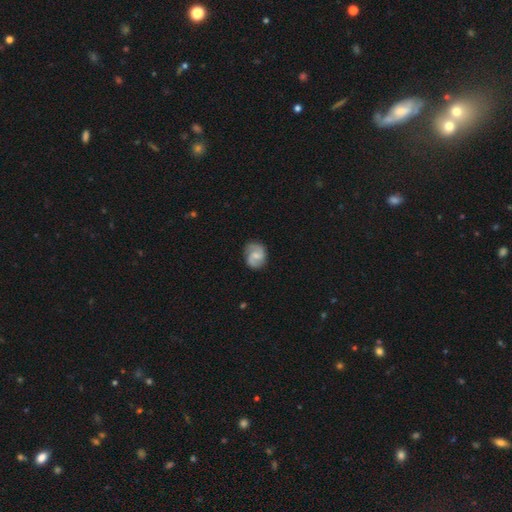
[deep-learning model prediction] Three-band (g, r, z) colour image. It shows a featured or disk galaxy (69%) with a weak bar (47%), 2 (87%) medium (50%) spiral arms (94%) and a small central bulge (44%). Merging: none (77%).